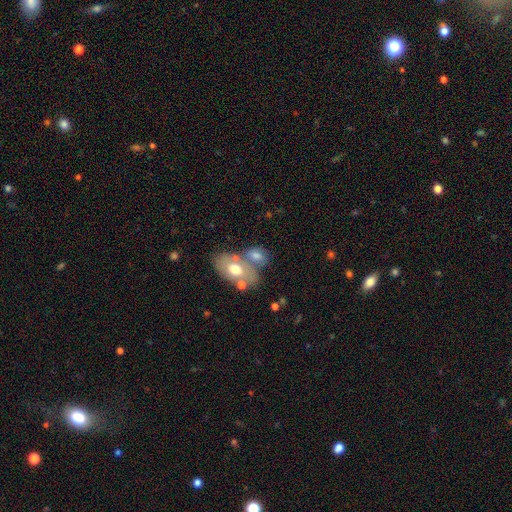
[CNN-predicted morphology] Smooth or featured?
  - smooth: 62% *
  - featured or disk: 29%
  - star or artifact: 9%
How rounded?
  - in between: 86% *
  - round: 12%
  - cigar-shaped: 2%
Merging?
  - merger: 42% *
  - none: 36%
  - minor disturbance: 15%
  - major disturbance: 7%